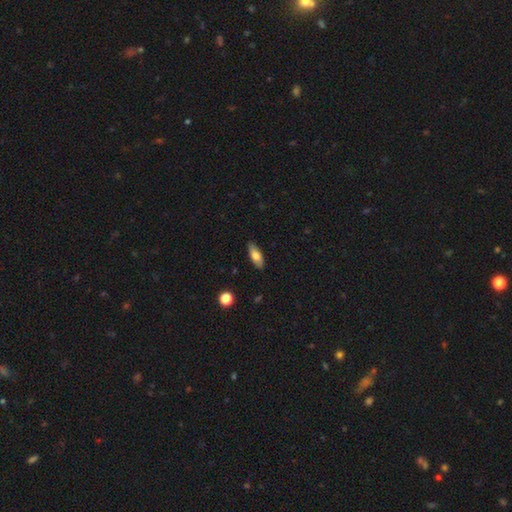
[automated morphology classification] The model was most divided on "smooth or featured": smooth: 71%, featured or disk: 22%, star or artifact: 7%. More confident: merging — none (86%); how rounded — in between (75%).